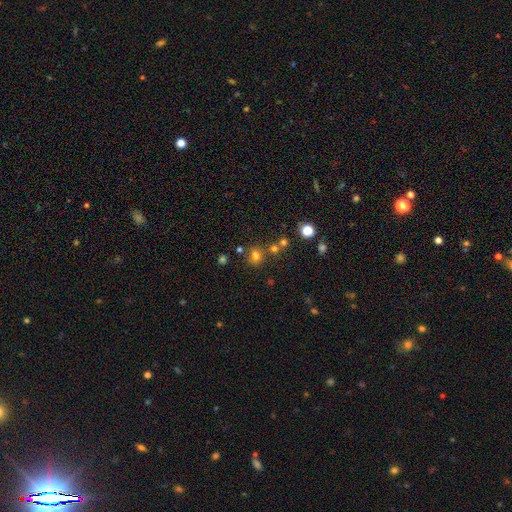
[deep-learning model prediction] A smooth galaxy with no disk features (70%) that is round (74%). Merging: none (66%).